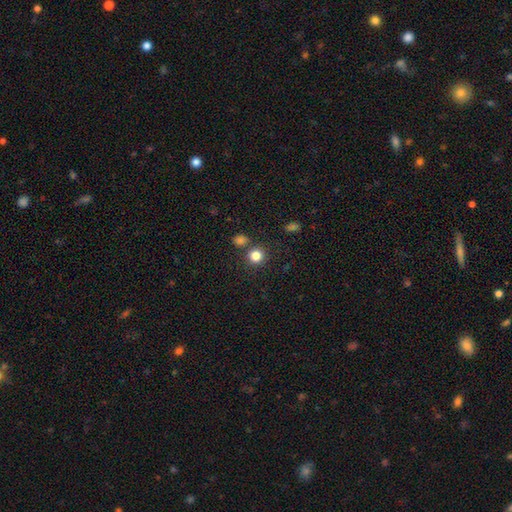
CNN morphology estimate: Q: Smooth or featured?
A: smooth (83%); runner-up: star or artifact (12%)
Q: How rounded?
A: round (91%); runner-up: in between (8%)
Q: Merging?
A: none (79%); runner-up: merger (11%)